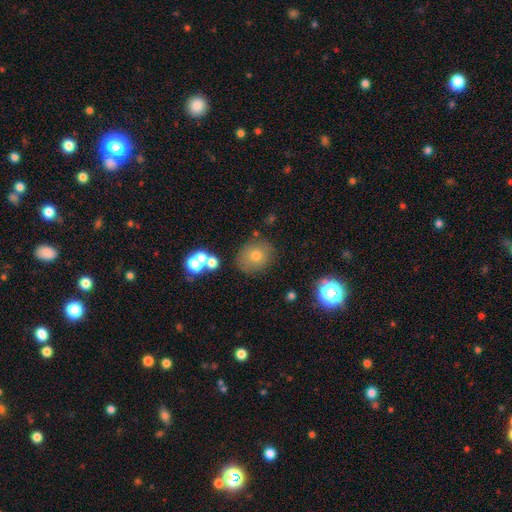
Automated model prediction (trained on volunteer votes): smooth_or_featured: smooth (p=0.70) [alt: star or artifact p=0.15]
how_rounded: round (p=0.68) [alt: in between p=0.31]
merging: none (p=0.76) [alt: minor disturbance p=0.12]